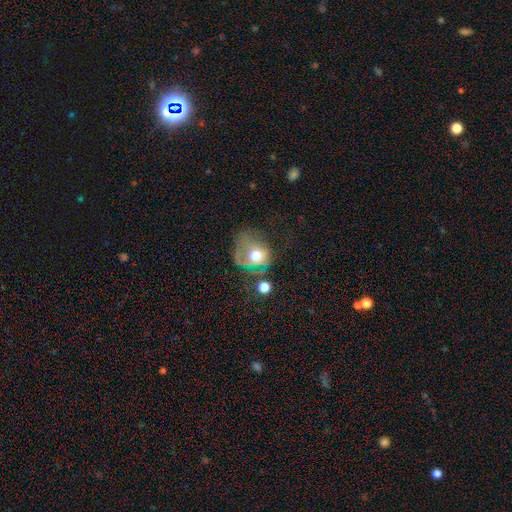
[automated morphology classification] Smooth or featured?
  - smooth: 51% *
  - featured or disk: 36%
  - star or artifact: 13%
How rounded?
  - round: 62% *
  - in between: 37%
  - cigar-shaped: 1%
Merging?
  - major disturbance: 43% *
  - none: 25%
  - minor disturbance: 24%
  - merger: 9%